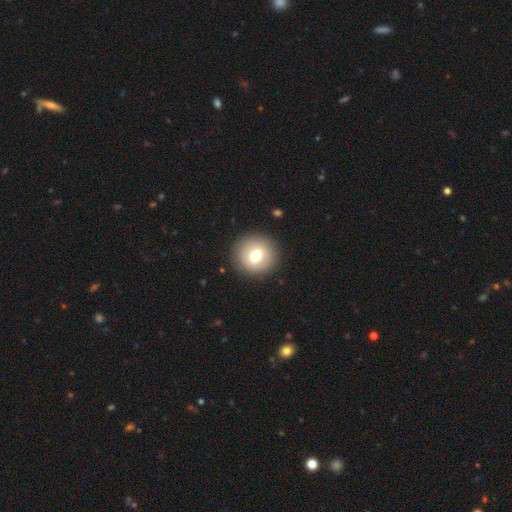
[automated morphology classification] This is likely a smooth galaxy (70%). How rounded: clearly round (92%). Merging: clearly none (90%).